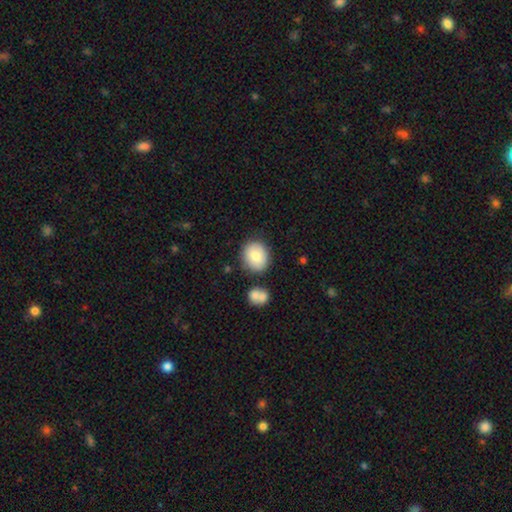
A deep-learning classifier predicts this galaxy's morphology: smooth_or_featured: smooth (p=0.80) [alt: featured or disk p=0.12]
how_rounded: round (p=0.72) [alt: in between p=0.27]
merging: none (p=0.77) [alt: minor disturbance p=0.12]